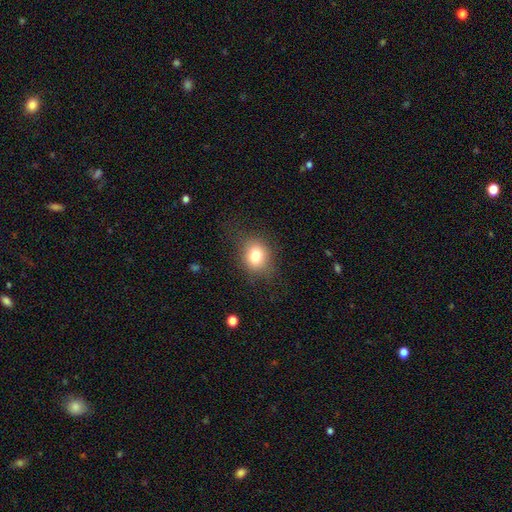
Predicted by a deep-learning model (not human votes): Smooth or featured? smooth (78%)
How rounded? round (61%)
Merging? none (78%)